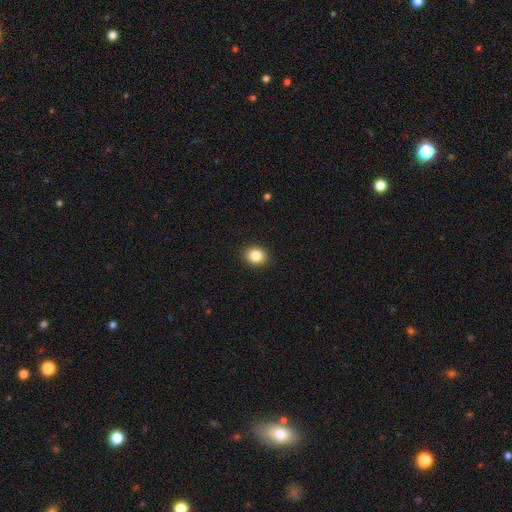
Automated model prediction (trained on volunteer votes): This is clearly a smooth galaxy (85%). How rounded: likely round (61%). Merging: clearly none (91%).